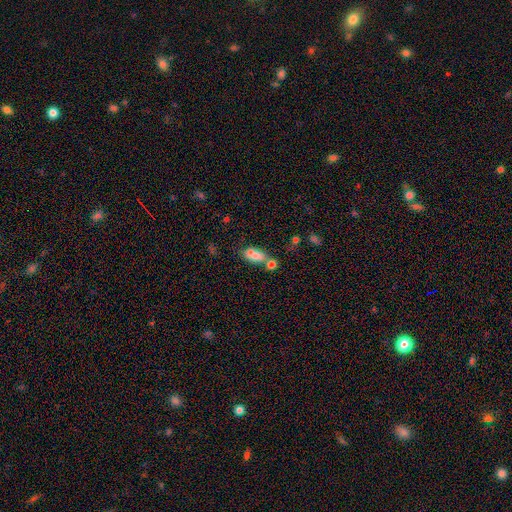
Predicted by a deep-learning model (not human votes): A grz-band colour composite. It shows a smooth galaxy with no disk features (74%) that is in between round and cigar-shaped (82%). Merging: none (41%).